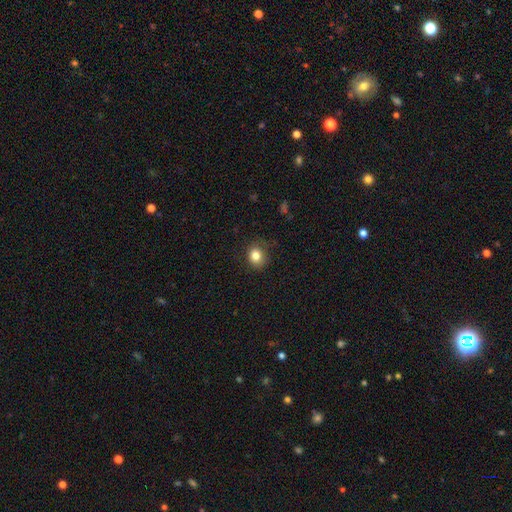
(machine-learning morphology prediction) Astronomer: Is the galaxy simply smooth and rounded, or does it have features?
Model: smooth — 82%.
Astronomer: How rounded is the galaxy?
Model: round — 65%.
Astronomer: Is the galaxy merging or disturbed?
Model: none — 79%.